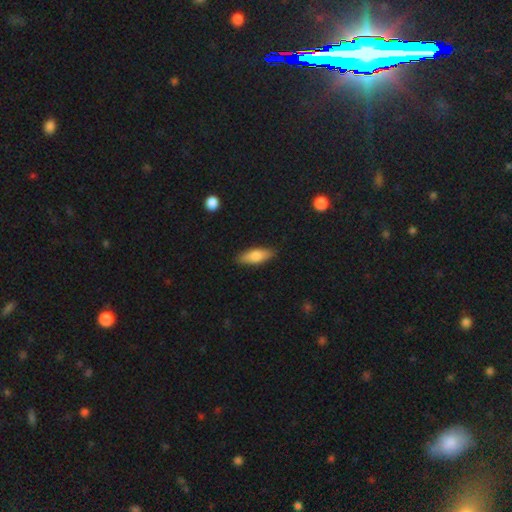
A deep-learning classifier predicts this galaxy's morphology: A smooth galaxy with no disk features (79%) that is in between round and cigar-shaped (67%).

Vote fractions:
- Smooth or featured? smooth: 79% / featured or disk: 16% / star or artifact: 6%
- How rounded? in between: 67% / cigar-shaped: 31% / round: 2%
- Merging? none: 87% / minor disturbance: 10% / major disturbance: 2% / merger: 1%